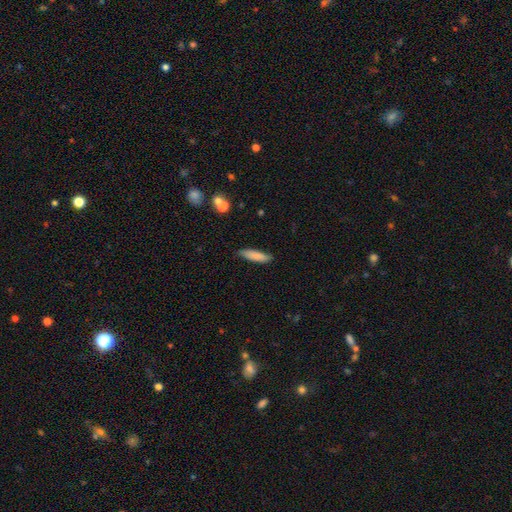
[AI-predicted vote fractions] A smooth galaxy with no disk features (83%) that is cigar-shaped (72%).

Vote fractions:
- Smooth or featured? smooth: 83% / featured or disk: 10% / star or artifact: 6%
- How rounded? cigar-shaped: 72% / in between: 26% / round: 2%
- Merging? none: 81% / minor disturbance: 15% / major disturbance: 2% / merger: 2%